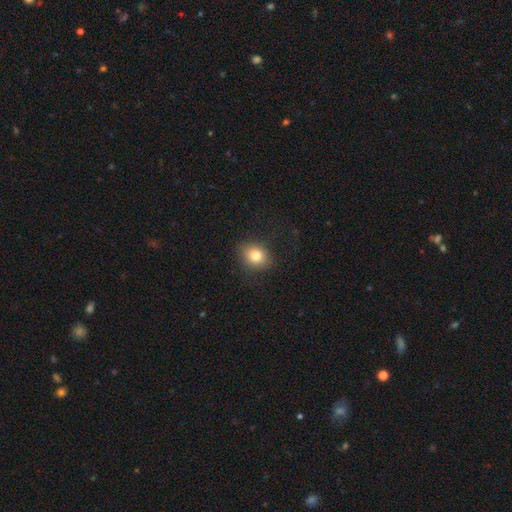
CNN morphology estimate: Smooth or featured? Predicted: smooth (p=0.81). How rounded? Predicted: round (p=0.62). Merging? Predicted: none (p=0.83).